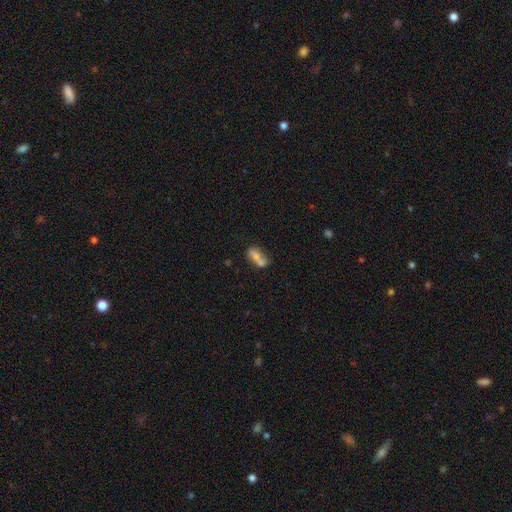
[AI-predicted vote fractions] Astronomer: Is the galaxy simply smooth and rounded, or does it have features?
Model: smooth — 60%.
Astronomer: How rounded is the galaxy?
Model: in between — 72%.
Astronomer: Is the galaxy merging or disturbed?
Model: merger — 47% (runner-up: none, 32%).